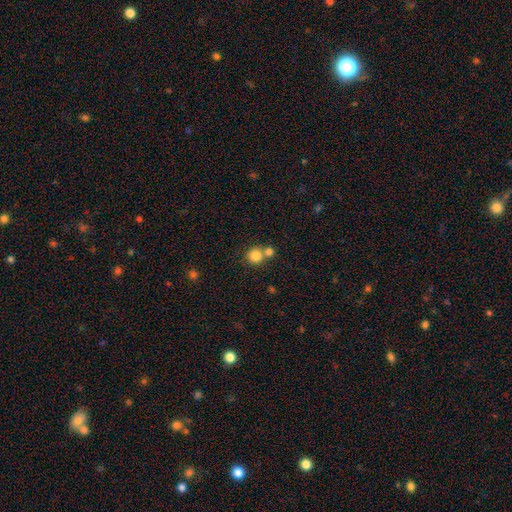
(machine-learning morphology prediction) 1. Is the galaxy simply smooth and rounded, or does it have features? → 83% smooth, 10% star or artifact, 7% featured or disk.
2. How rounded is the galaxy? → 92% round, 7% in between, 1% cigar-shaped.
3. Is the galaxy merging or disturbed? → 56% none, 35% merger, 7% minor disturbance, 3% major disturbance.